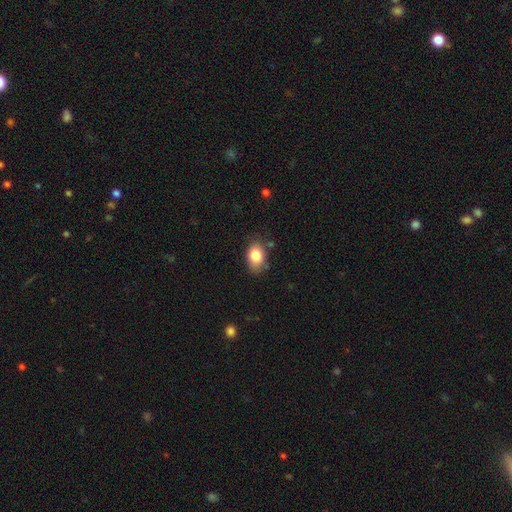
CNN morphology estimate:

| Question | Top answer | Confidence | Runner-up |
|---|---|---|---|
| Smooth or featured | smooth | 83% | featured or disk (9%) |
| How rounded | in between | 81% | round (17%) |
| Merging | none | 74% | minor disturbance (19%) |